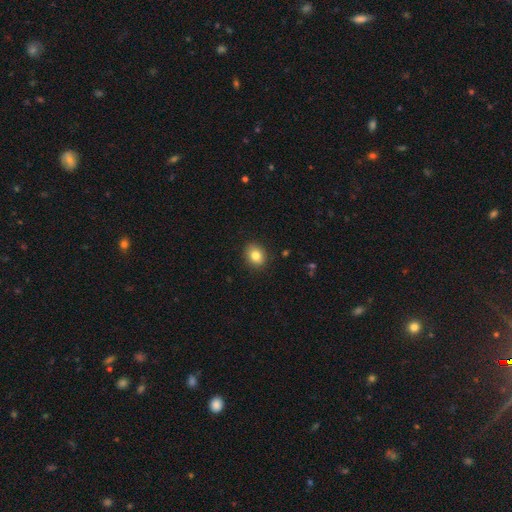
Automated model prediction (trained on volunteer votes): smooth_or_featured: smooth (p=0.82) [alt: star or artifact p=0.10]
how_rounded: round (p=0.50) [tied with: in between p=0.50]
merging: none (p=0.89) [alt: minor disturbance p=0.08]